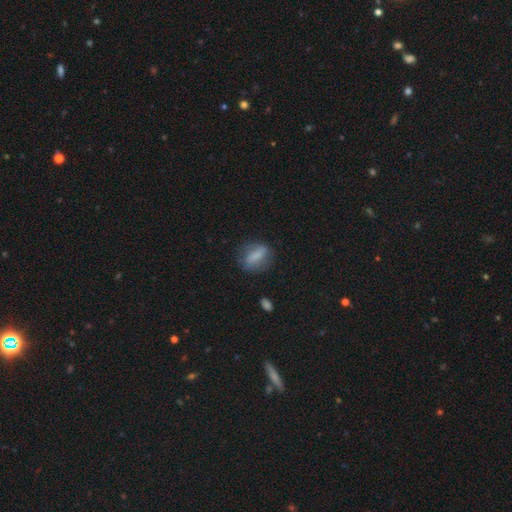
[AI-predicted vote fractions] A smooth galaxy with no disk features (68%) that is in between round and cigar-shaped (67%).

Vote fractions:
- Smooth or featured? smooth: 68% / featured or disk: 23% / star or artifact: 9%
- How rounded? in between: 67% / round: 19% / cigar-shaped: 14%
- Merging? none: 70% / minor disturbance: 20% / major disturbance: 8% / merger: 2%